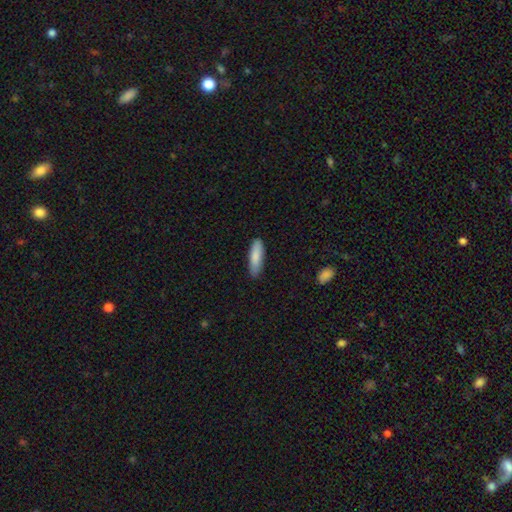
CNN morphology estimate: Q: Smooth or featured?
A: smooth (86%); runner-up: featured or disk (9%)
Q: How rounded?
A: cigar-shaped (57%); runner-up: in between (41%)
Q: Merging?
A: none (86%); runner-up: minor disturbance (11%)